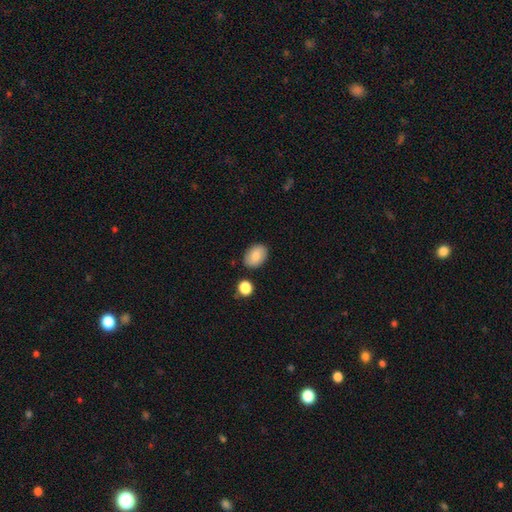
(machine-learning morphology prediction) Smooth or featured? smooth (84%)
How rounded? in between (83%)
Merging? none (83%)